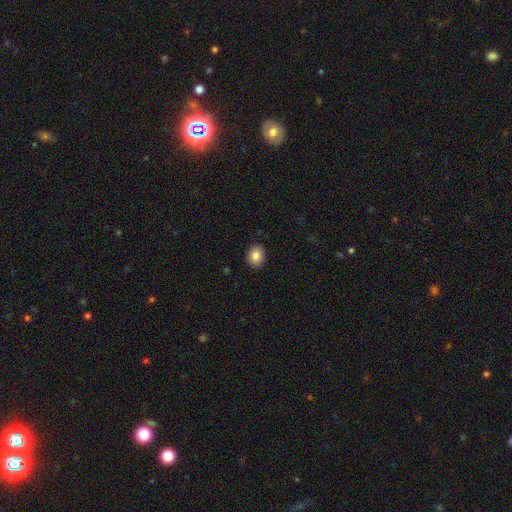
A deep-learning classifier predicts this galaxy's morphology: smooth-or-featured: smooth: 85% | star or artifact: 9% | featured or disk: 6%
  how-rounded: round: 64% | in between: 35% | cigar-shaped: 1%
  merging: none: 91% | minor disturbance: 6% | major disturbance: 2% | merger: 1%